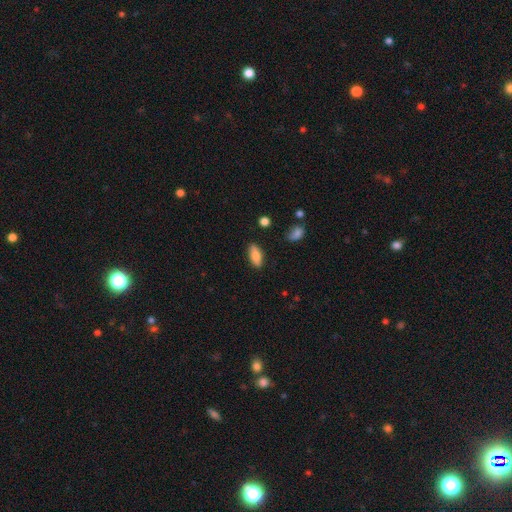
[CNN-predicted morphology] A smooth galaxy with no disk features (76%) that is in between round and cigar-shaped (80%).

Vote fractions:
- Smooth or featured? smooth: 76% / featured or disk: 17% / star or artifact: 7%
- How rounded? in between: 80% / cigar-shaped: 17% / round: 3%
- Merging? none: 85% / minor disturbance: 11% / major disturbance: 2% / merger: 2%